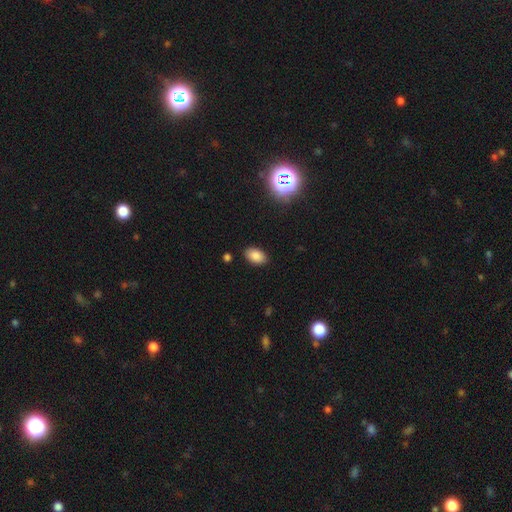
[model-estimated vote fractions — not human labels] smooth-or-featured: smooth: 84% | star or artifact: 11% | featured or disk: 5%
  how-rounded: in between: 90% | round: 9% | cigar-shaped: 1%
  merging: none: 88% | minor disturbance: 8% | major disturbance: 2% | merger: 1%